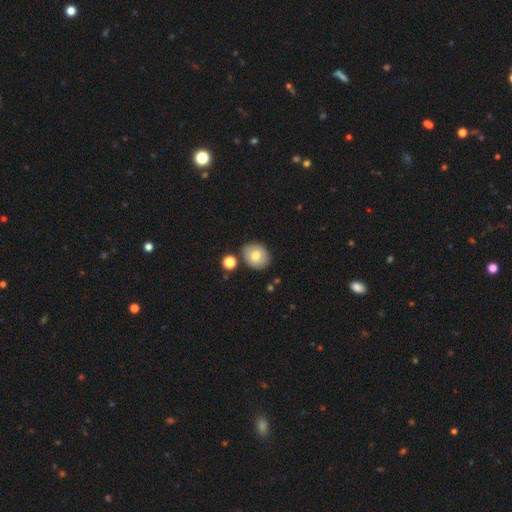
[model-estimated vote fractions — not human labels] Smooth or featured? smooth (75%)
How rounded? round (57%)
Merging? none (82%)